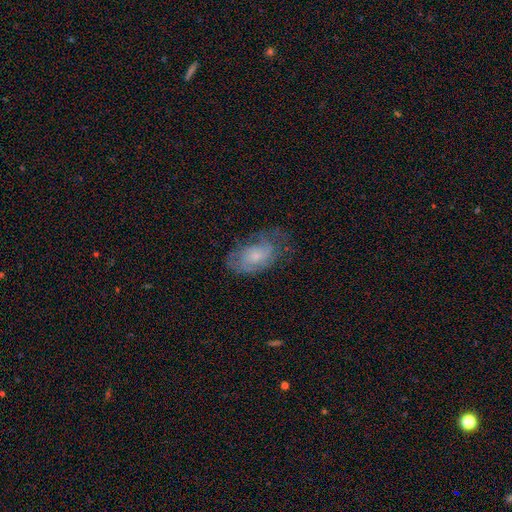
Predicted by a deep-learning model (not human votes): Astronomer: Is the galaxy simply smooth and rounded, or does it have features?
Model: featured or disk — 55% (runner-up: smooth, 37%).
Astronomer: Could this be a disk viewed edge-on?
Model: no — 95%.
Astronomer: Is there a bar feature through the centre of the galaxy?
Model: no — 76%.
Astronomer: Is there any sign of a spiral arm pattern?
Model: yes — 75%.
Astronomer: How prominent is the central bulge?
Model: small — 56%.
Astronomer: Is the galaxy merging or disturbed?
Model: none — 57%.